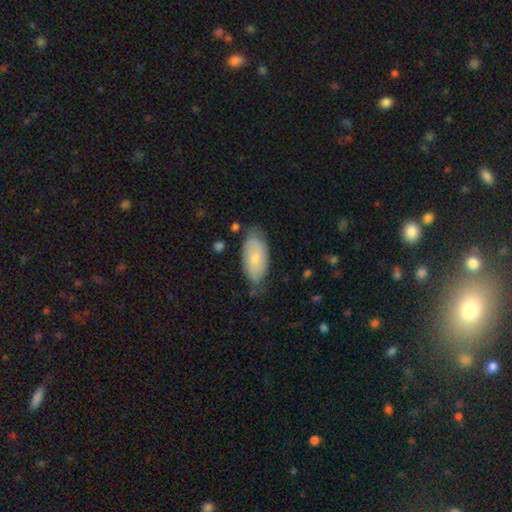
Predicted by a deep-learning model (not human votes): smooth 75%, featured or disk 20%, star or artifact 6%. Down the decision tree: how rounded — in between (92%); merging — none (65%).